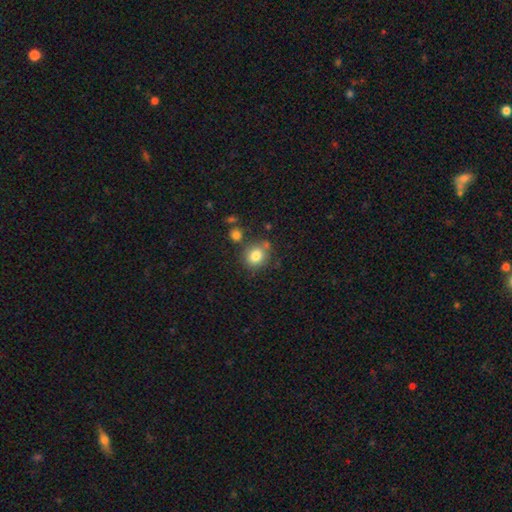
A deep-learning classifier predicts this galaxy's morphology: type=smooth (81%); roundness=round (71%); merging=none (69%).